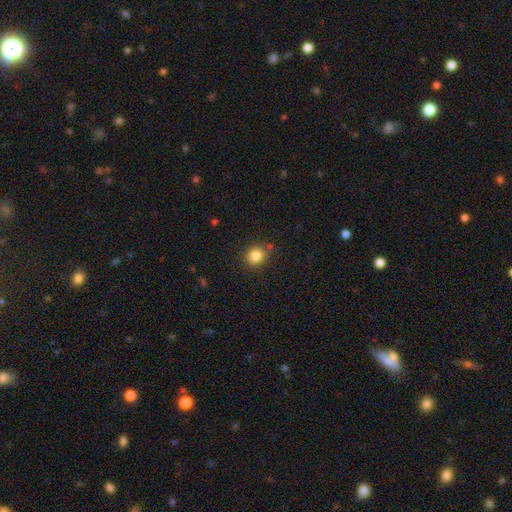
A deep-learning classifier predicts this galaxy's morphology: Smooth or featured? smooth (83%)
How rounded? round (81%)
Merging? none (83%)